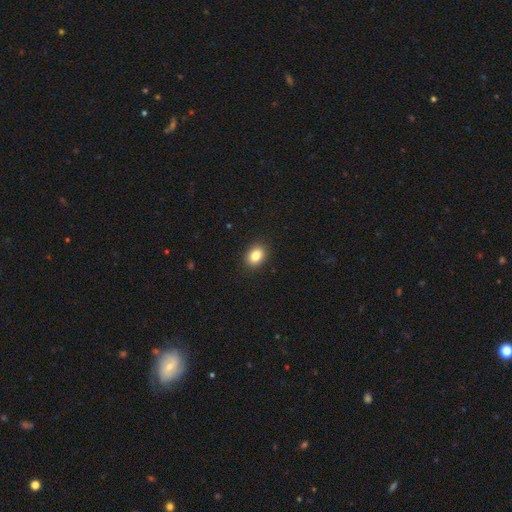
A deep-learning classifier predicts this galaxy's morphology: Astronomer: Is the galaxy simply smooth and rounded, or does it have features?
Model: smooth — 84%.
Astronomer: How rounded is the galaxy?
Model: in between — 65%.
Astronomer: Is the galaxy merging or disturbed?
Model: none — 90%.